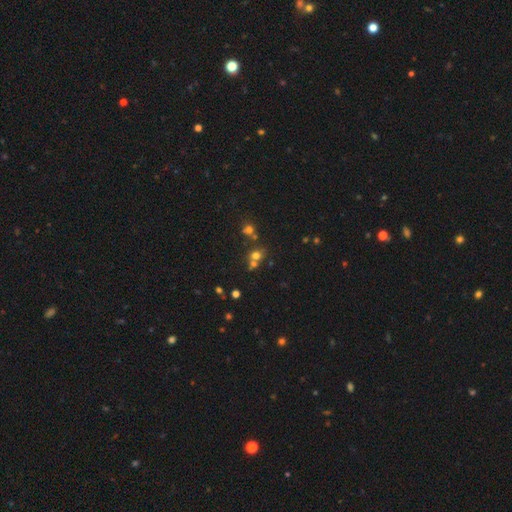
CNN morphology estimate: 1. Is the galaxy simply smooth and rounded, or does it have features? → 60% smooth, 26% star or artifact, 14% featured or disk.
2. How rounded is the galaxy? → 78% round, 21% in between, 1% cigar-shaped.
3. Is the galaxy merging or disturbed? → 50% none, 38% merger, 8% minor disturbance, 4% major disturbance.